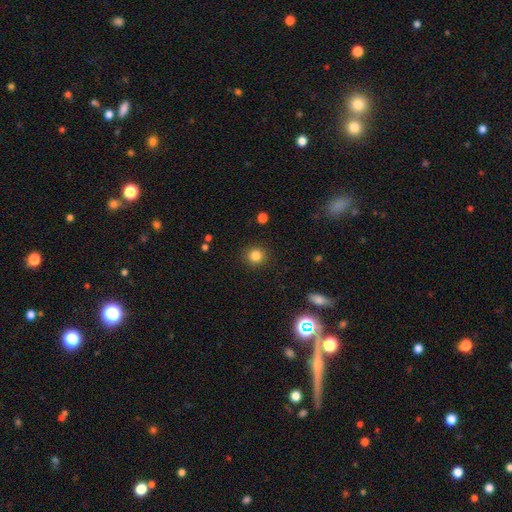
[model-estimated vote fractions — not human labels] smooth-or-featured: smooth: 84% | star or artifact: 12% | featured or disk: 5%
  how-rounded: round: 91% | in between: 8% | cigar-shaped: 1%
  merging: none: 90% | minor disturbance: 6% | major disturbance: 2% | merger: 1%